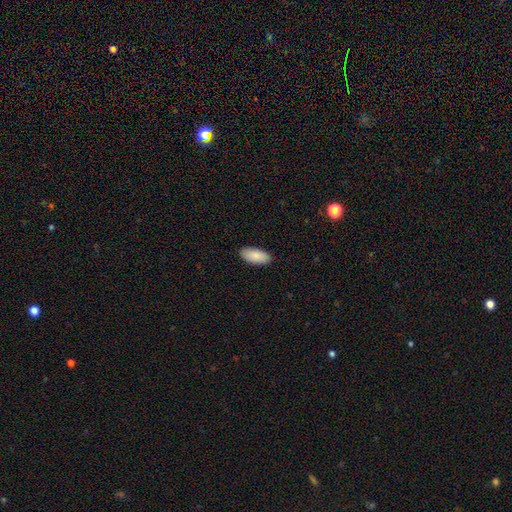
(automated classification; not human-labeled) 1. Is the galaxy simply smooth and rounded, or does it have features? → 88% smooth, 7% featured or disk, 6% star or artifact.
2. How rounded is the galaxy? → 92% in between, 6% cigar-shaped, 2% round.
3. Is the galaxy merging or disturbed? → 89% none, 8% minor disturbance, 2% major disturbance, 1% merger.